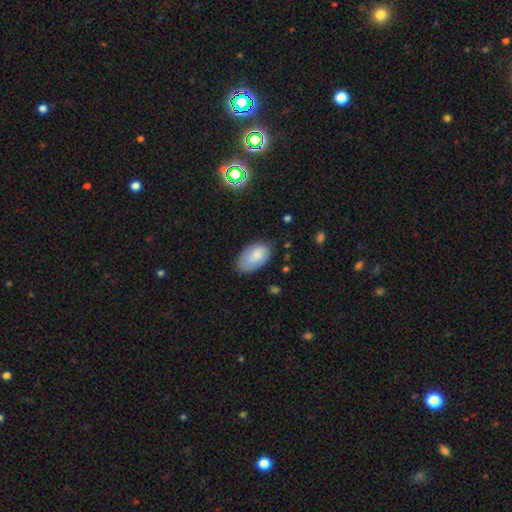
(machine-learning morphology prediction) Smooth or featured? smooth (79%)
How rounded? in between (95%)
Merging? none (73%)